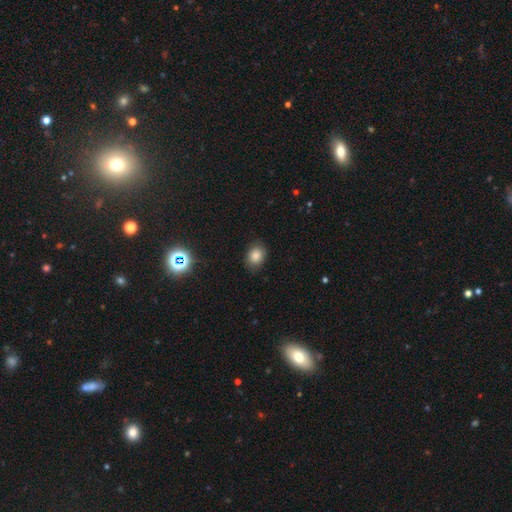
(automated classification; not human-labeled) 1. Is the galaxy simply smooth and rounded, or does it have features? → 81% smooth, 12% star or artifact, 7% featured or disk.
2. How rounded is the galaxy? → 52% in between, 47% round, 1% cigar-shaped.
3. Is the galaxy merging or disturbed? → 82% none, 14% minor disturbance, 3% major disturbance, 1% merger.